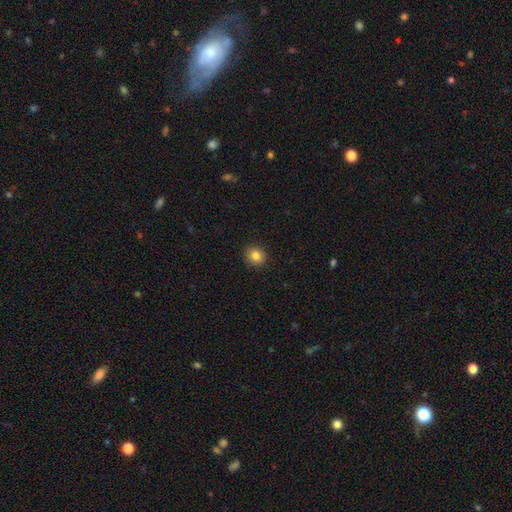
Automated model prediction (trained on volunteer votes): smooth-or-featured: smooth: 83% | star or artifact: 10% | featured or disk: 7%
  how-rounded: round: 76% | in between: 23% | cigar-shaped: 1%
  merging: none: 91% | minor disturbance: 7% | major disturbance: 2% | merger: 1%